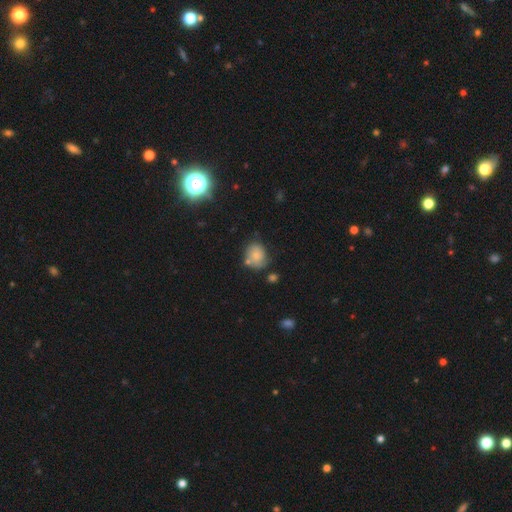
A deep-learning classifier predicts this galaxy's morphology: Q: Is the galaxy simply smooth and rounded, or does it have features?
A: smooth — 69%.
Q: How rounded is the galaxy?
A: round — 61%.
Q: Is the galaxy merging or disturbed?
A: none — 54%.